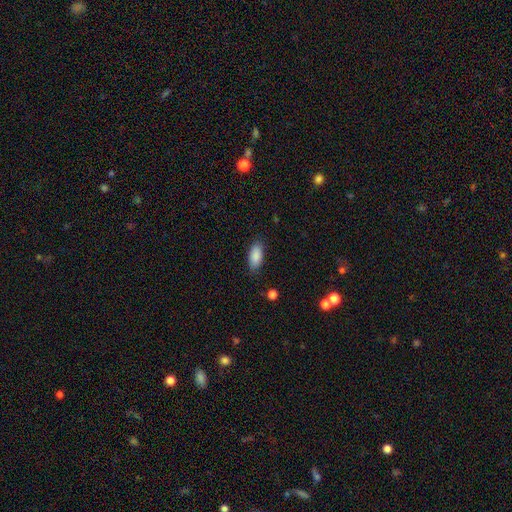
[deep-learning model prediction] Smooth or featured?
  - smooth: 88% *
  - star or artifact: 7%
  - featured or disk: 5%
How rounded?
  - in between: 89% *
  - cigar-shaped: 9%
  - round: 2%
Merging?
  - none: 85% *
  - minor disturbance: 11%
  - major disturbance: 3%
  - merger: 1%